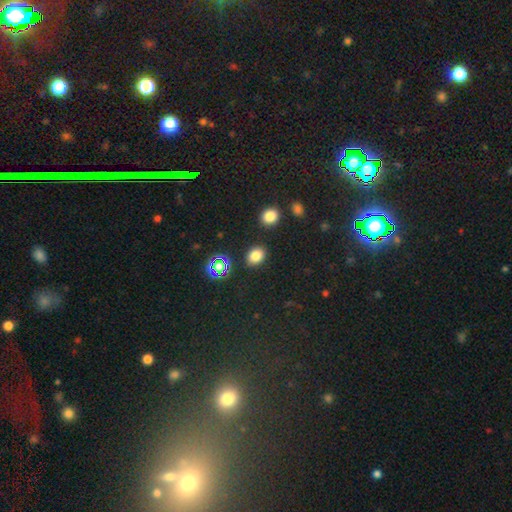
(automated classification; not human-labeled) Overall: smooth (77%). How rounded: in between (63%; round 35%). Merging: none (85%).